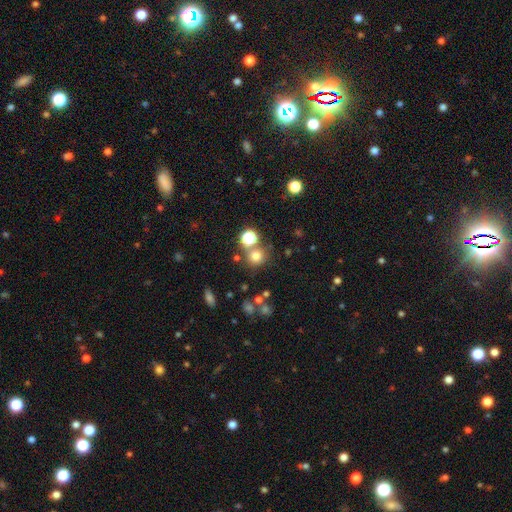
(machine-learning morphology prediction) Smooth or featured? smooth (73%)
How rounded? round (88%)
Merging? none (68%)